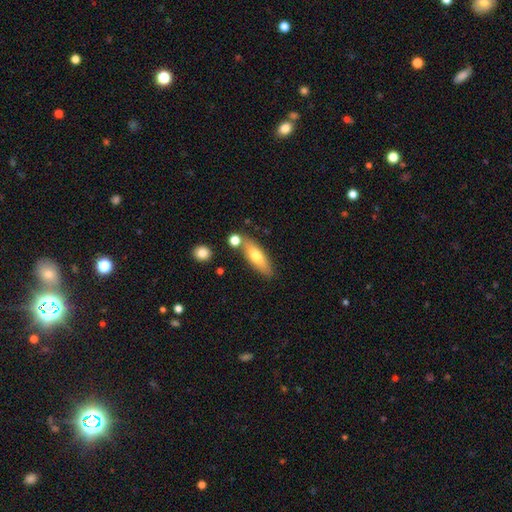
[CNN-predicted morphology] The model was most divided on "how rounded": in between: 51%, cigar-shaped: 46%, round: 3%. More confident: merging — none (72%); smooth or featured — smooth (66%).